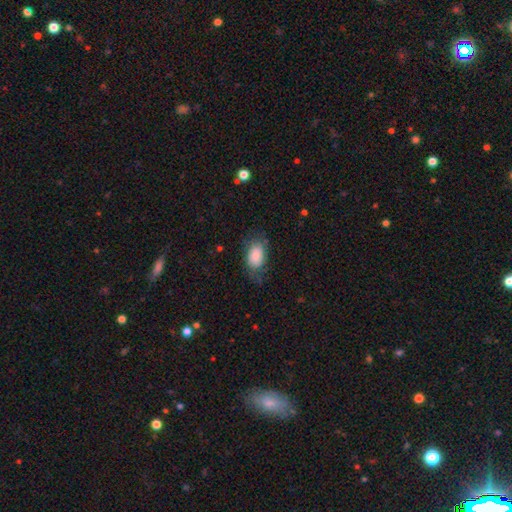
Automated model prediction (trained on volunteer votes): The model was most divided on "merging": none: 57%, minor disturbance: 27%, major disturbance: 15%, merger: 2%. More confident: how rounded — in between (87%); smooth or featured — smooth (80%).